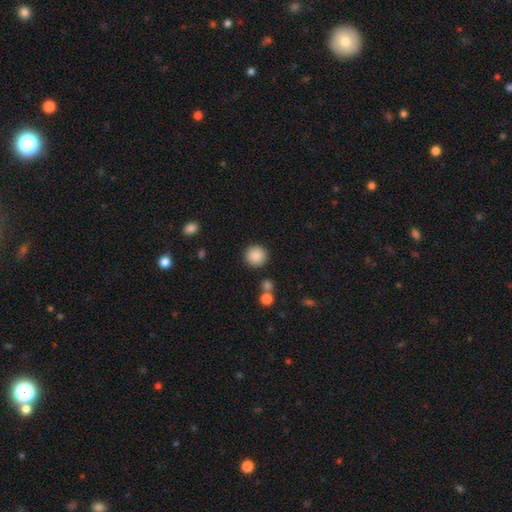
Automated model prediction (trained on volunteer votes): Overall: smooth (88%). How rounded: round (94%). Merging: none (89%).